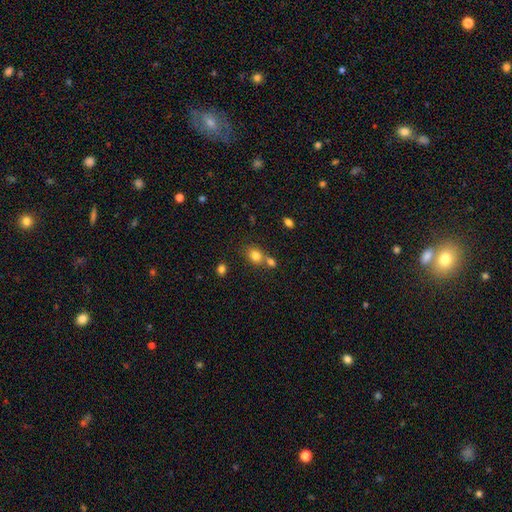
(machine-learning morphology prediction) smooth 80%, star or artifact 12%, featured or disk 9%. Down the decision tree: how rounded — round (51%); merging — none (47%).